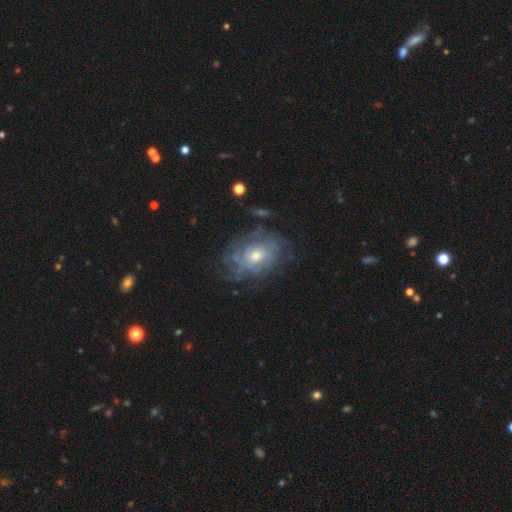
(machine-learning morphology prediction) featured or disk 76%, smooth 16%, star or artifact 8%. Down the decision tree: edge-on disk — no (96%); bar — no (76%); spiral arms — yes (81%); spiral arm count — can't tell (61%); spiral winding — tight (64%); bulge size — moderate (60%); merging — none (67%).